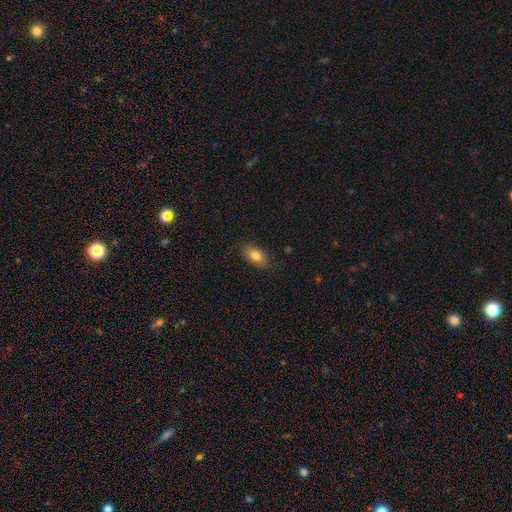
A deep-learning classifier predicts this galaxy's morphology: This appears to be a smooth galaxy with no disk features (82%) that is in between round and cigar-shaped (89%). Merging: none (84%).